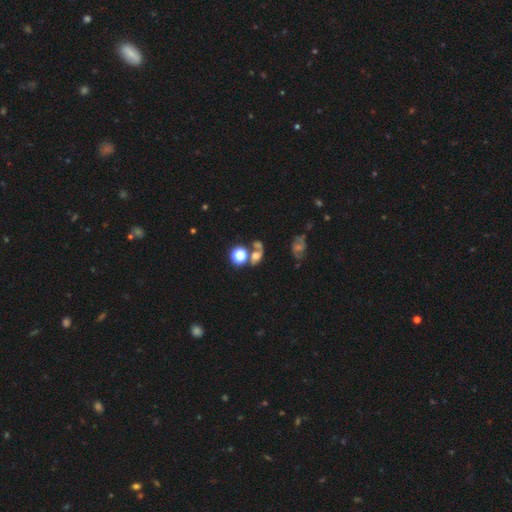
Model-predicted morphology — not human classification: Overall: smooth (48%; star or artifact 30%). Merging: none (41%; merger 34%).